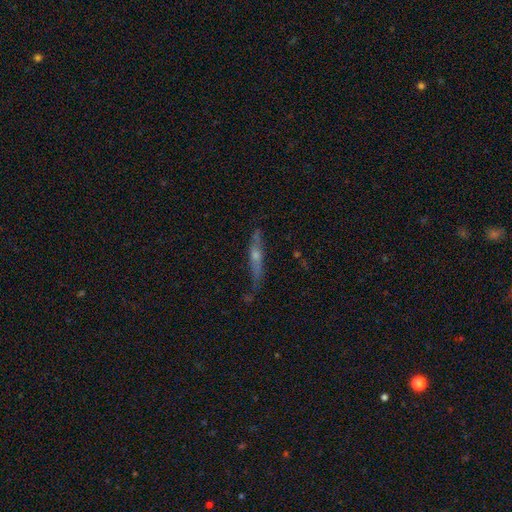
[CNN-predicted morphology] Smooth or featured? featured or disk (67%)
Edge-on disk? yes (89%)
Edge-on bulge? rounded (82%)
Merging? none (71%)